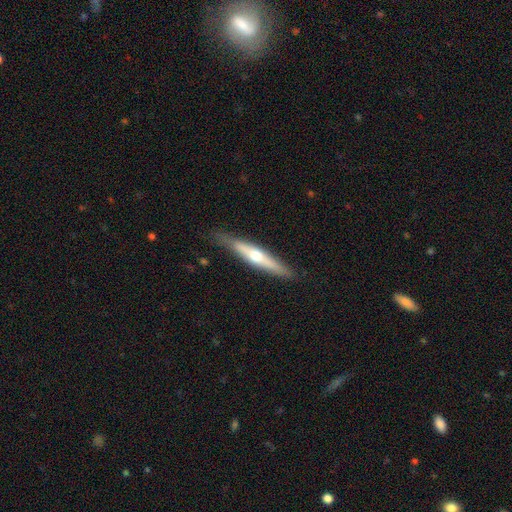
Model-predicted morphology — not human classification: A featured or disk galaxy (57%) viewed edge-on (91%) with a rounded central bulge (87%). Merging: none (84%).